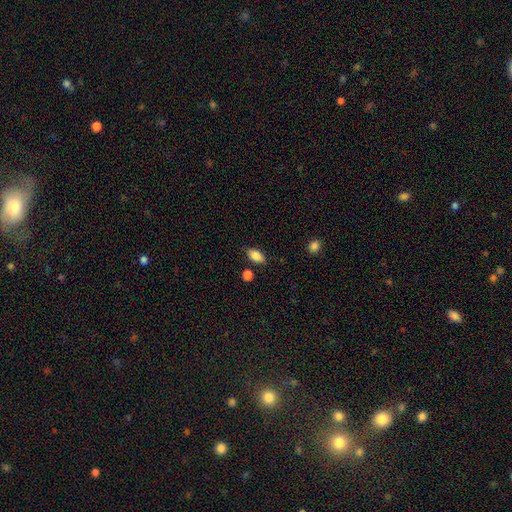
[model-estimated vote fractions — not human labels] This appears to be a smooth galaxy with no disk features (86%) that is in between round and cigar-shaped (90%). Merging: none (82%).